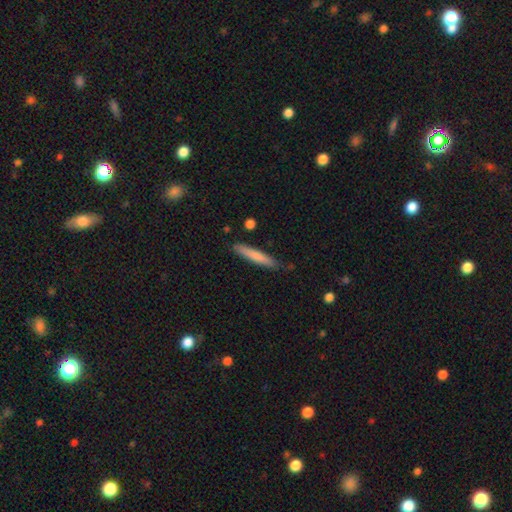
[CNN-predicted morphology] smooth_or_featured: smooth (p=0.72) [alt: featured or disk p=0.22]
how_rounded: cigar-shaped (p=0.93) [alt: in between p=0.06]
merging: none (p=0.83) [alt: minor disturbance p=0.13]